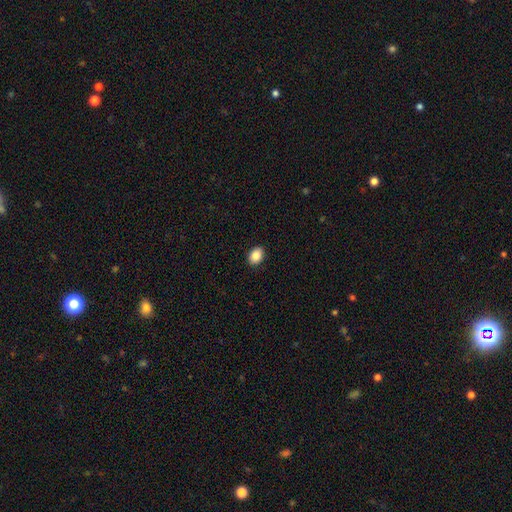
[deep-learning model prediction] Smooth or featured: smooth — 87% (star or artifact — 8%)
How rounded: in between — 74% (round — 25%)
Merging: none — 90% (minor disturbance — 7%)